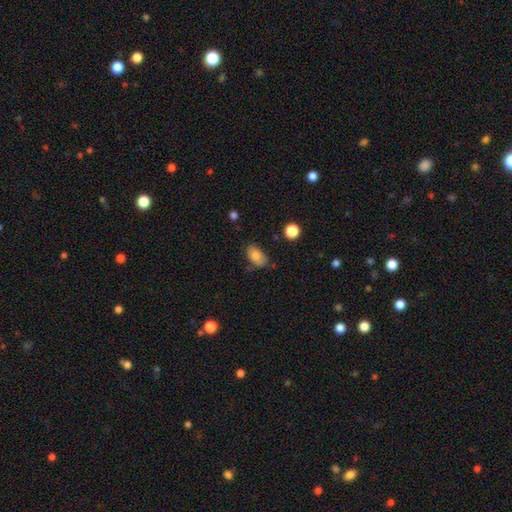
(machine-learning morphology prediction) type=smooth (81%); roundness=in between (90%); merging=none (72%).